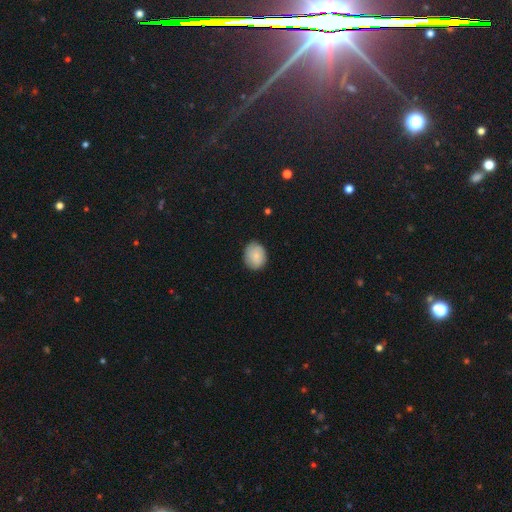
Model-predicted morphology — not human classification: smooth-or-featured: smooth: 81% | featured or disk: 12% | star or artifact: 7%
  how-rounded: round: 52% | in between: 47% | cigar-shaped: 1%
  merging: none: 82% | minor disturbance: 14% | major disturbance: 3% | merger: 1%